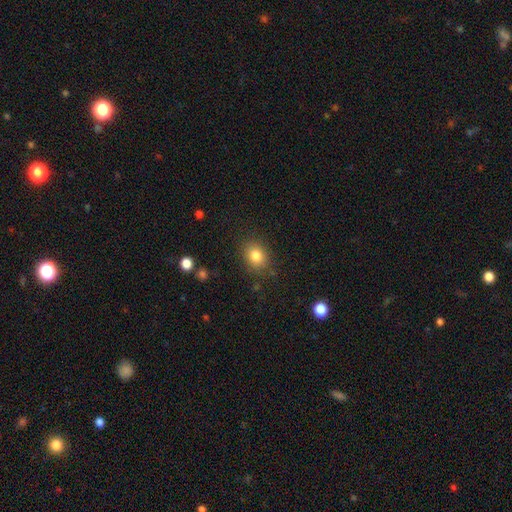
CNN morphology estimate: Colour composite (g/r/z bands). It shows a smooth galaxy with no disk features (82%) that is round (52%). Merging: none (84%).